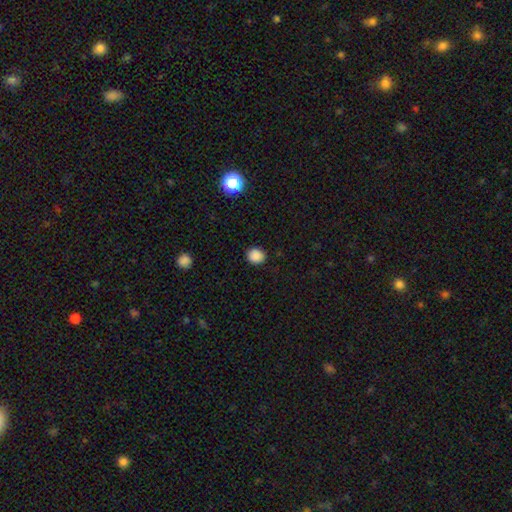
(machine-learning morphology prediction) The model was most divided on "how rounded": round: 78%, in between: 22%, cigar-shaped: 1%. More confident: merging — none (89%); smooth or featured — smooth (87%).